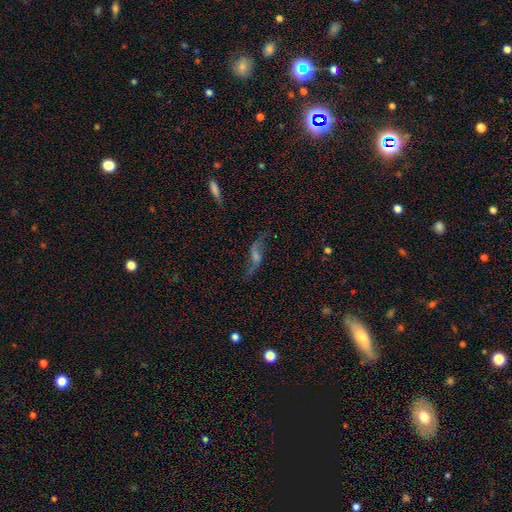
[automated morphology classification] smooth-or-featured: featured or disk: 76% | smooth: 12% | star or artifact: 11%
  disk-edge-on: no: 86% | yes: 14%
    bar: no: 41% (tied) | weak: 41% (tied) | strong: 18%
    has-spiral-arms: yes: 92% | no: 8%
      spiral-winding: loose: 88% | medium: 10% | tight: 3%
      spiral-arm-count: 2: 91% | 1: 3% | can't tell: 3% | 3: 1% | 4: 1% | more than 4: 1%
    bulge-size: small: 38% | moderate: 31% | none: 22% | large: 6% | dominant: 2%
  merging: none: 72% | minor disturbance: 15% | major disturbance: 10% | merger: 3%